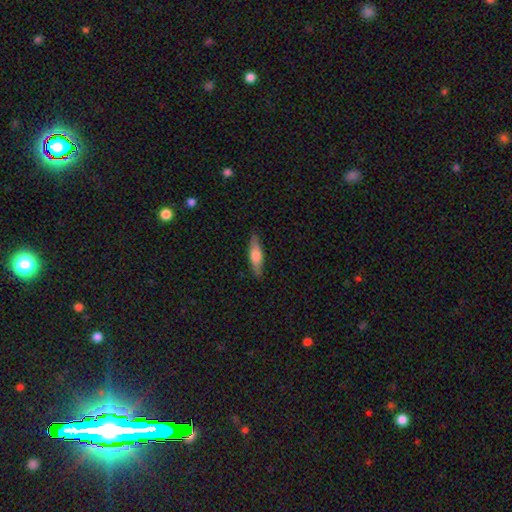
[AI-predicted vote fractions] A smooth galaxy with no disk features (59%) that is cigar-shaped (62%).

Vote fractions:
- Smooth or featured? smooth: 59% / featured or disk: 35% / star or artifact: 6%
- How rounded? cigar-shaped: 62% / in between: 36% / round: 2%
- Merging? none: 87% / minor disturbance: 10% / major disturbance: 2% / merger: 1%